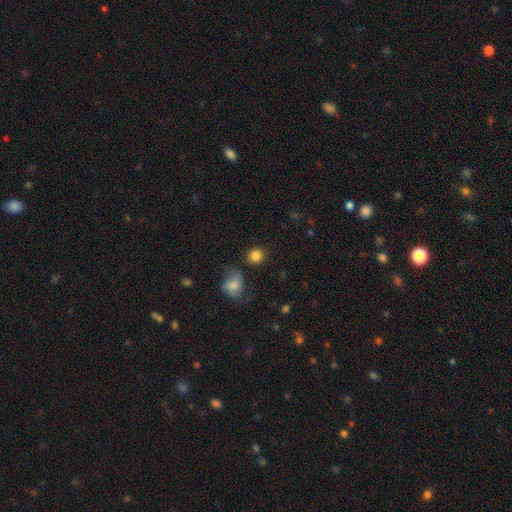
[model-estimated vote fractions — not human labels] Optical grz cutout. It shows a smooth galaxy with no disk features (86%) that is round (87%). Merging: none (80%).